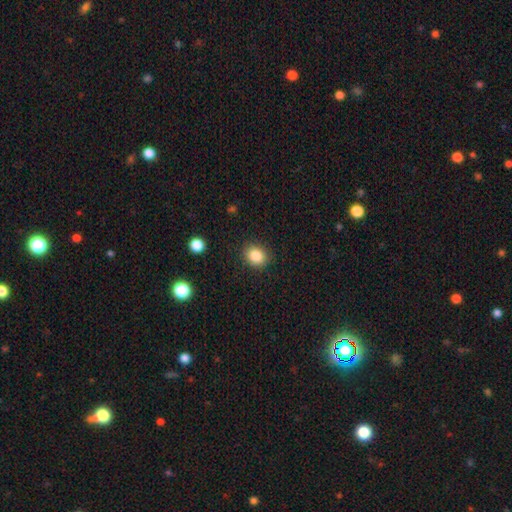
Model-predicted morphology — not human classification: This appears to be a smooth galaxy with no disk features (85%) that is round (61%). Merging: none (88%).